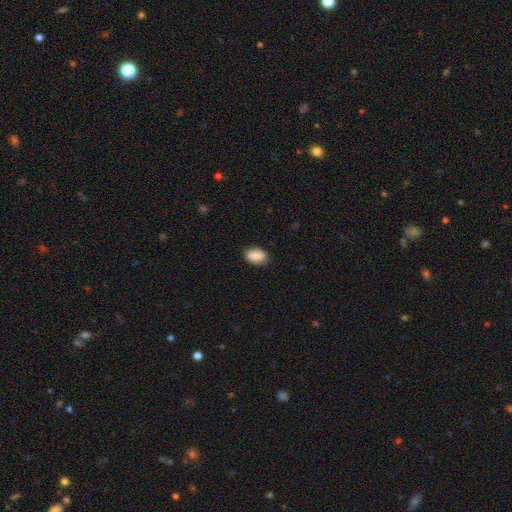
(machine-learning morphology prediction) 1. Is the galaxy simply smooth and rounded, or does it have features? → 90% smooth, 7% star or artifact, 4% featured or disk.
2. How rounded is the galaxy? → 88% in between, 10% round, 2% cigar-shaped.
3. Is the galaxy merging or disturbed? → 85% none, 12% minor disturbance, 2% major disturbance, 1% merger.